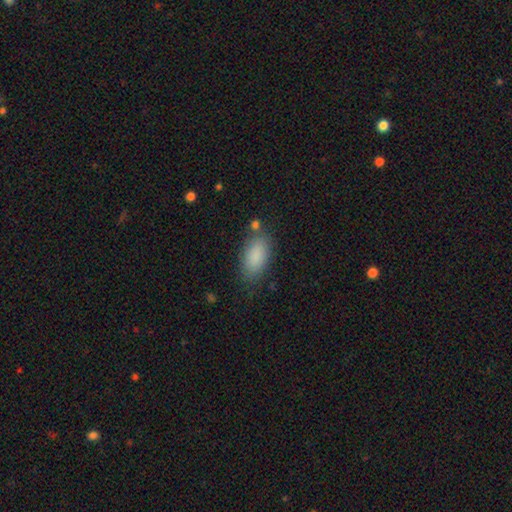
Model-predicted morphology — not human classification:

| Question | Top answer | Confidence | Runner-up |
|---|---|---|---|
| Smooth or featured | smooth | 88% | star or artifact (7%) |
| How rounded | in between | 91% | cigar-shaped (6%) |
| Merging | none | 77% | minor disturbance (14%) |